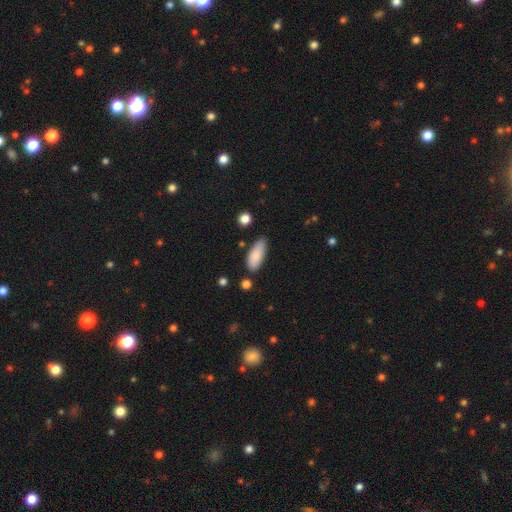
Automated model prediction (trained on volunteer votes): Smooth or featured? smooth (85%)
How rounded? in between (77%)
Merging? none (74%)